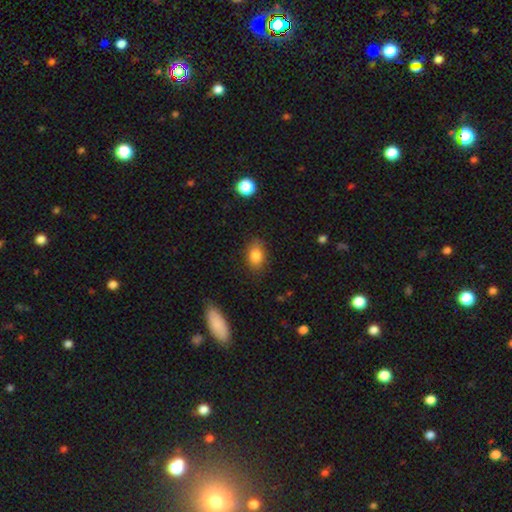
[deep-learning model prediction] A smooth galaxy with no disk features (84%) that is in between round and cigar-shaped (80%). Merging: none (81%).